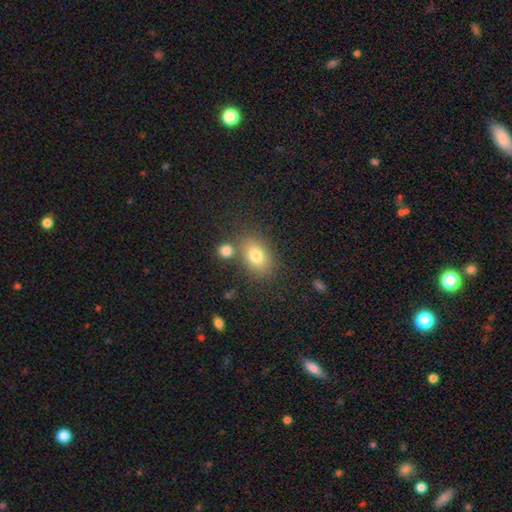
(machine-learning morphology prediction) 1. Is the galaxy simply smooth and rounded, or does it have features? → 77% smooth, 12% featured or disk, 11% star or artifact.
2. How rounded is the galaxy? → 73% in between, 25% round, 2% cigar-shaped.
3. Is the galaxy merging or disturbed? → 69% none, 14% merger, 12% minor disturbance, 4% major disturbance.